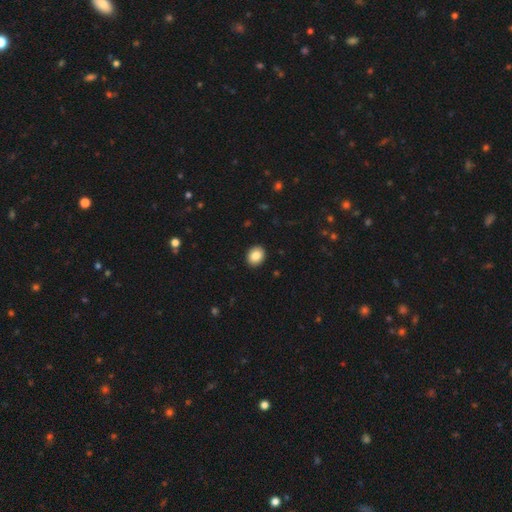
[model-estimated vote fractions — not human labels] A smooth galaxy with no disk features (87%) that is round (52%). Merging: none (92%).